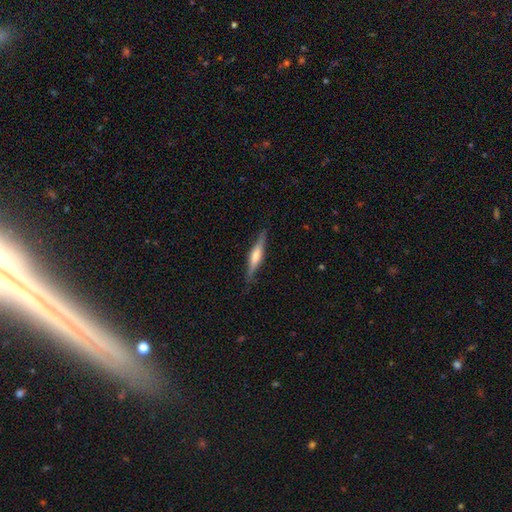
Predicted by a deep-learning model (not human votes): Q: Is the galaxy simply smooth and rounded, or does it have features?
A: featured or disk — 62%.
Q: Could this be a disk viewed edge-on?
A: yes — 96%.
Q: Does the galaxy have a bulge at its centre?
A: rounded — 75%.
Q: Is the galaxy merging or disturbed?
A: none — 86%.